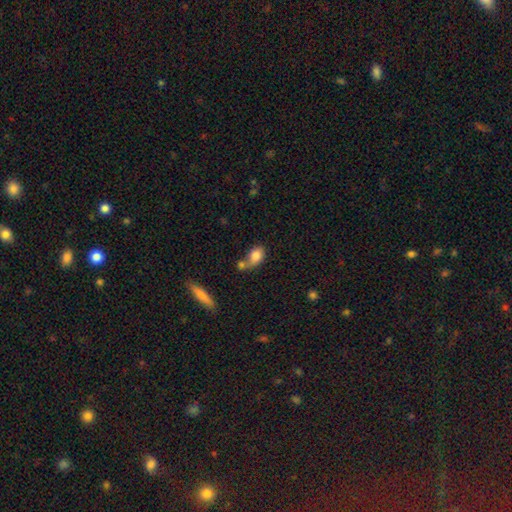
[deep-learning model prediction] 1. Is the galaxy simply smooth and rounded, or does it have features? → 80% smooth, 12% featured or disk, 8% star or artifact.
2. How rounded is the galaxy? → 73% in between, 24% round, 3% cigar-shaped.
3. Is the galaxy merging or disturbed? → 42% merger, 31% none, 16% minor disturbance, 10% major disturbance.